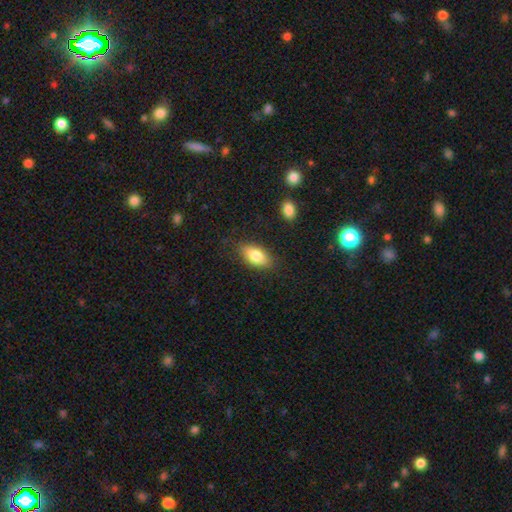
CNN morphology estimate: Smooth or featured? smooth (81%)
How rounded? in between (89%)
Merging? none (81%)